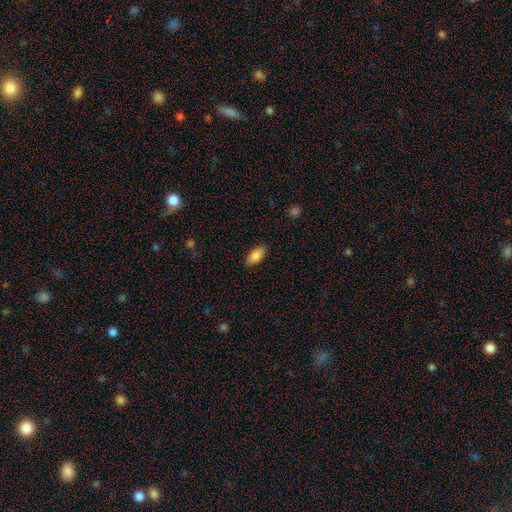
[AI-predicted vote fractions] Smooth or featured? Predicted: smooth (p=0.85). How rounded? Predicted: in between (p=0.90). Merging? Predicted: none (p=0.87).